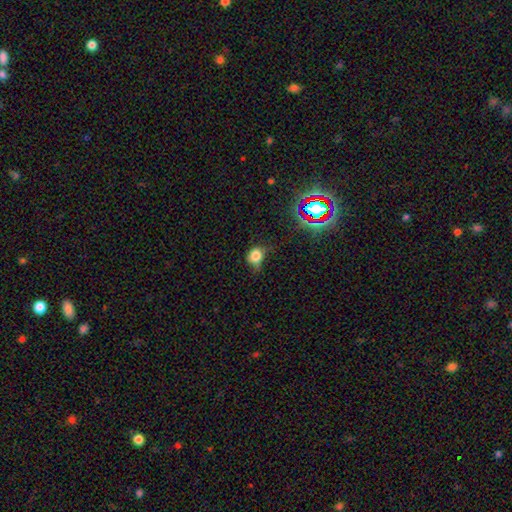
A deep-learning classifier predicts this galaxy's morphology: Smooth or featured?
  - smooth: 76% *
  - star or artifact: 15%
  - featured or disk: 9%
How rounded?
  - round: 71% *
  - in between: 28%
  - cigar-shaped: 1%
Merging?
  - none: 44% *
  - minor disturbance: 35%
  - major disturbance: 17%
  - merger: 3%